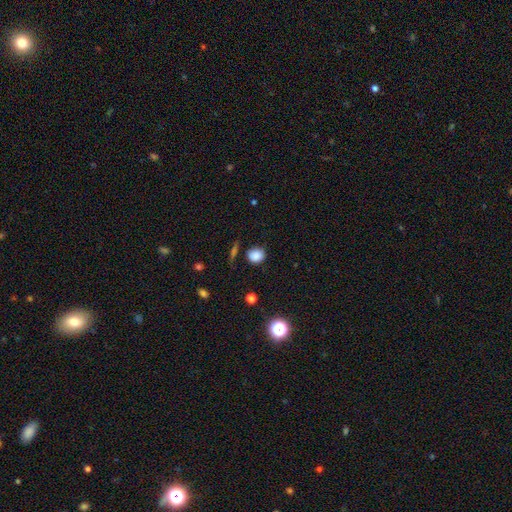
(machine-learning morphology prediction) This is clearly a smooth galaxy (84%). How rounded: clearly round (80%). Merging: clearly none (80%).